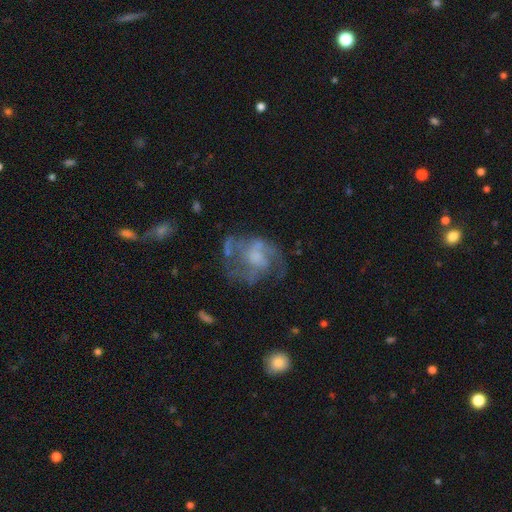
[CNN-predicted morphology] Smooth or featured? Predicted: featured or disk (p=0.73). Edge-on disk? Predicted: no (p=0.98). Bar? Predicted: no (p=0.69). Spiral arms? Predicted: yes (p=0.74). Spiral winding? Predicted: medium (p=0.46). Spiral arm count? Predicted: 2 (p=0.32). Bulge size? Predicted: moderate (p=0.34). Merging? Predicted: none (p=0.48).